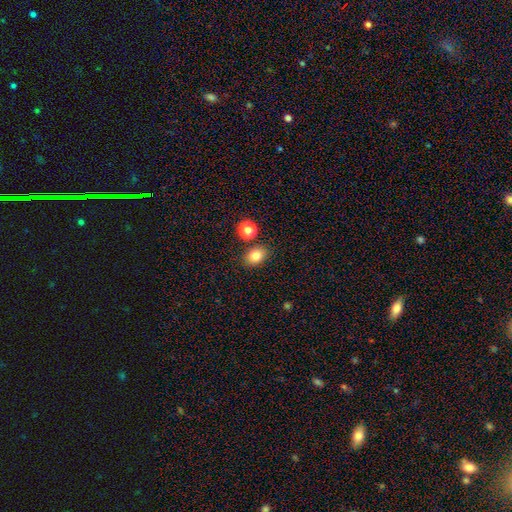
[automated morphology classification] Smooth or featured? smooth (83%)
How rounded? in between (62%)
Merging? none (81%)